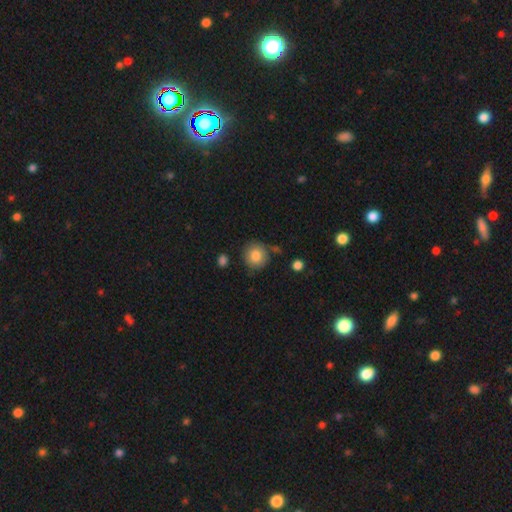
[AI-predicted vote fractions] smooth-or-featured: smooth: 83% | featured or disk: 9% | star or artifact: 8%
  how-rounded: round: 90% | in between: 9% | cigar-shaped: 1%
  merging: none: 78% | minor disturbance: 13% | merger: 5% | major disturbance: 4%